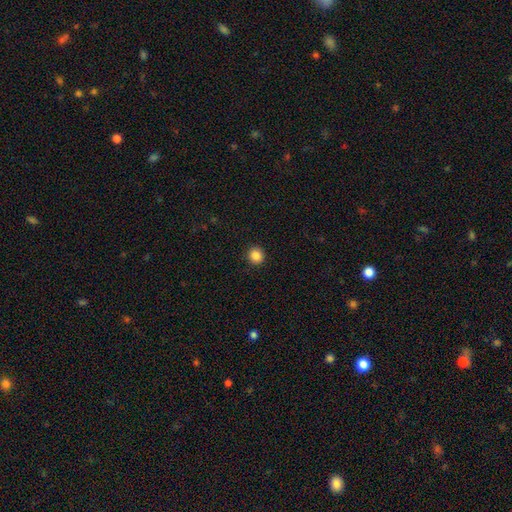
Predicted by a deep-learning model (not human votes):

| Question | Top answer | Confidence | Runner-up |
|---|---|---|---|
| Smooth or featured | smooth | 86% | star or artifact (10%) |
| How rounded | round | 92% | in between (7%) |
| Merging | none | 93% | minor disturbance (5%) |